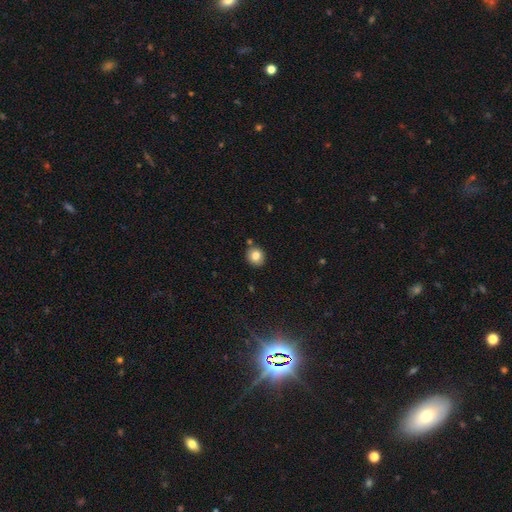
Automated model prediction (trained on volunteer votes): A smooth galaxy with no disk features (81%) that is round (80%). Merging: none (83%).